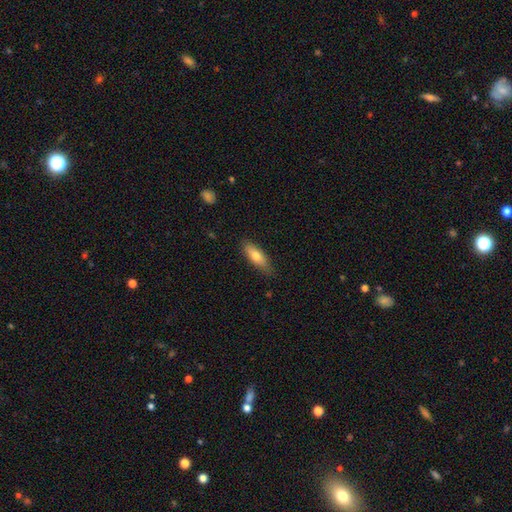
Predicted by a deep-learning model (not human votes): Smooth or featured? Predicted: smooth (p=0.73). How rounded? Predicted: in between (p=0.58). Merging? Predicted: none (p=0.78).